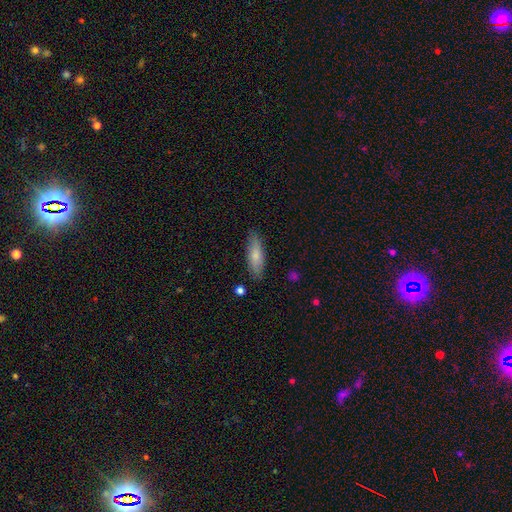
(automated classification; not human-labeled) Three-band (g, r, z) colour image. It shows a smooth galaxy with no disk features (75%) that is in between round and cigar-shaped (51%). Merging: none (83%).